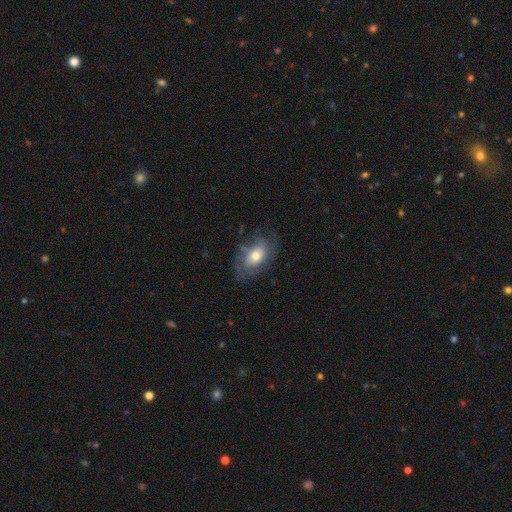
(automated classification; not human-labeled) This is possibly a featured or disk galaxy (54%). It is clearly not viewed edge-on (93%). Bar: likely no (75%). Spiral arm pattern: likely yes (63%). Central bulge: likely moderate (64%). Merging: likely none (63%).